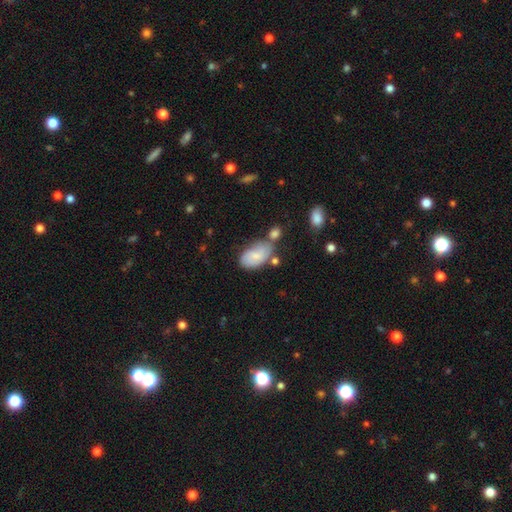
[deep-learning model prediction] This appears to be a smooth galaxy with no disk features (63%) that is in between round and cigar-shaped (92%). Merging: none (47%).